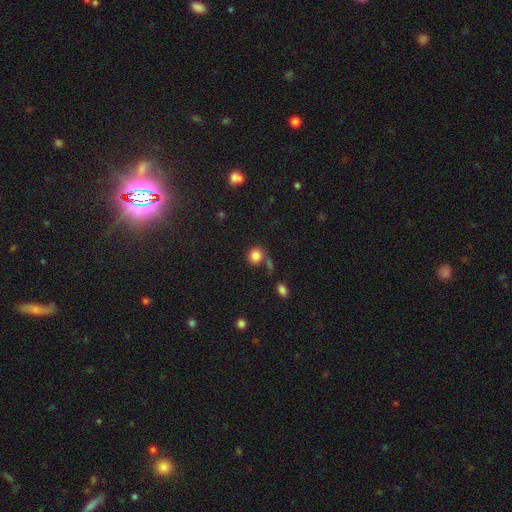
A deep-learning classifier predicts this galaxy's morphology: Smooth or featured? smooth (83%)
How rounded? round (84%)
Merging? none (71%)